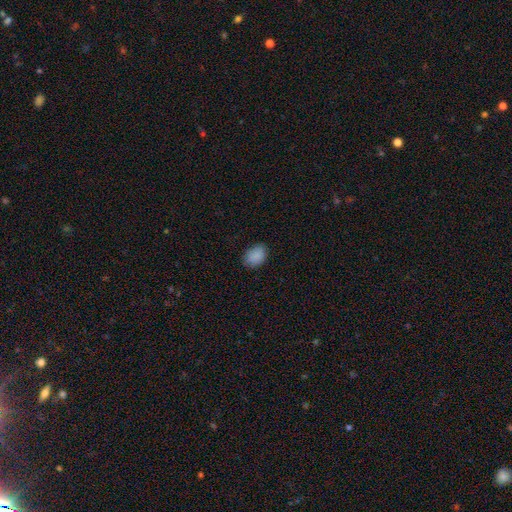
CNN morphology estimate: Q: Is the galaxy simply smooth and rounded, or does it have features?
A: smooth — 88%.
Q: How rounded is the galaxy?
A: in between — 76%.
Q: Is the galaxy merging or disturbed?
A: none — 80%.